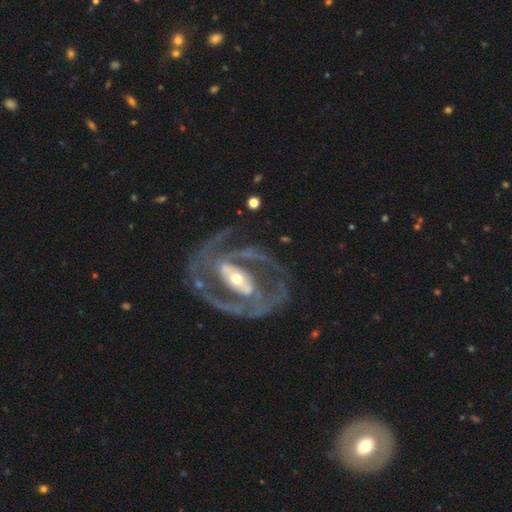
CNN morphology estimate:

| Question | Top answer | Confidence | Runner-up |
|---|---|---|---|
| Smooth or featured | featured or disk | 90% | star or artifact (5%) |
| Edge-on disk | no | 96% | yes (4%) |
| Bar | strong | 65% | weak (23%) |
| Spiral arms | yes | 91% | no (9%) |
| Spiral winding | tight | 46% | medium (43%) |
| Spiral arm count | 2 | 75% | can't tell (9%) |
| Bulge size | small | 58% | moderate (36%) |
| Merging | none | 66% | minor disturbance (16%) |